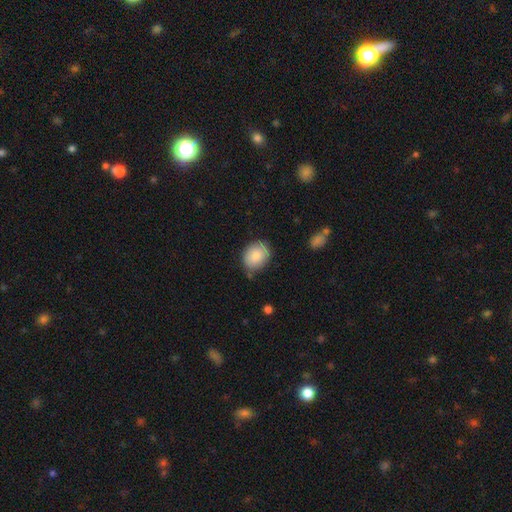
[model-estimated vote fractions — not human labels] This appears to be a smooth galaxy with no disk features (82%) that is round (51%). Merging: none (74%).